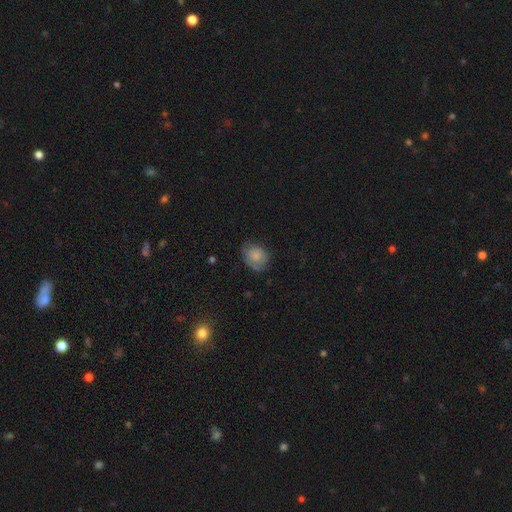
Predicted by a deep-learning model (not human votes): smooth 74%, featured or disk 18%, star or artifact 9%. Down the decision tree: how rounded — in between (51%); merging — none (60%).